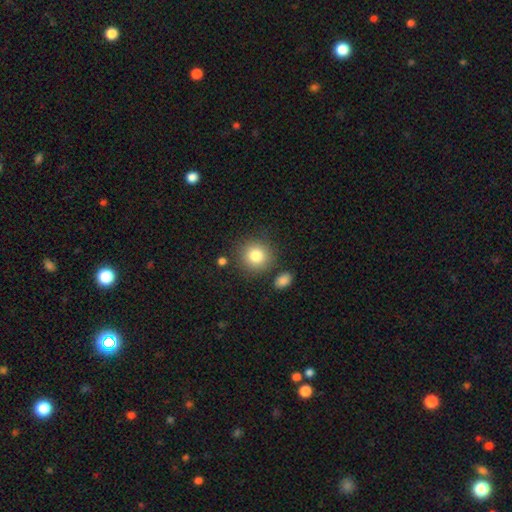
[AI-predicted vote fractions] smooth-or-featured: smooth: 83% | star or artifact: 9% | featured or disk: 7%
  how-rounded: round: 90% | in between: 9% | cigar-shaped: 1%
  merging: none: 83% | minor disturbance: 9% | merger: 5% | major disturbance: 3%